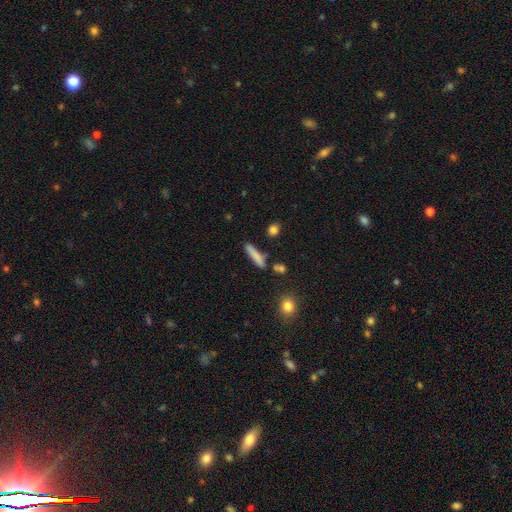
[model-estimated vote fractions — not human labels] The model was most divided on "merging": none: 78%, minor disturbance: 13%, merger: 6%, major disturbance: 3%. More confident: how rounded — cigar-shaped (85%); smooth or featured — smooth (79%).